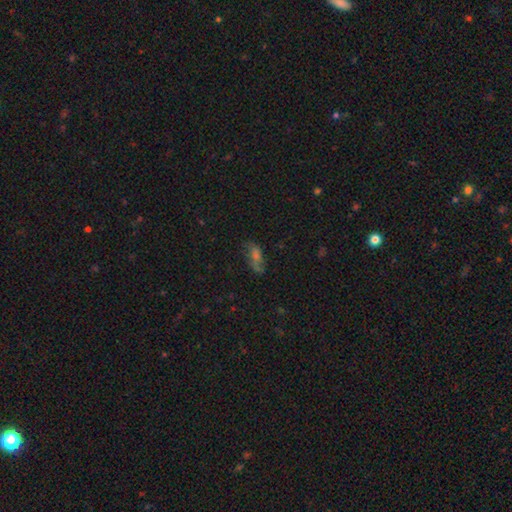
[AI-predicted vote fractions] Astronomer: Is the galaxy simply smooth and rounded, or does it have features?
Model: featured or disk — 42% (runner-up: smooth, 35%).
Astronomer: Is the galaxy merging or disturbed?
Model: none — 62%.